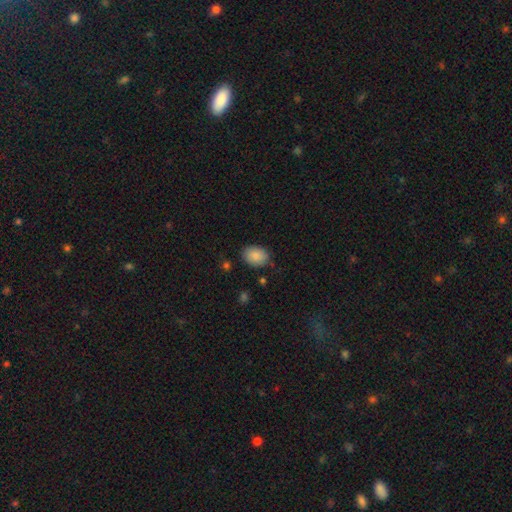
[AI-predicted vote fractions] Q: Smooth or featured?
A: smooth (88%); runner-up: star or artifact (7%)
Q: How rounded?
A: in between (76%); runner-up: round (23%)
Q: Merging?
A: none (80%); runner-up: minor disturbance (15%)